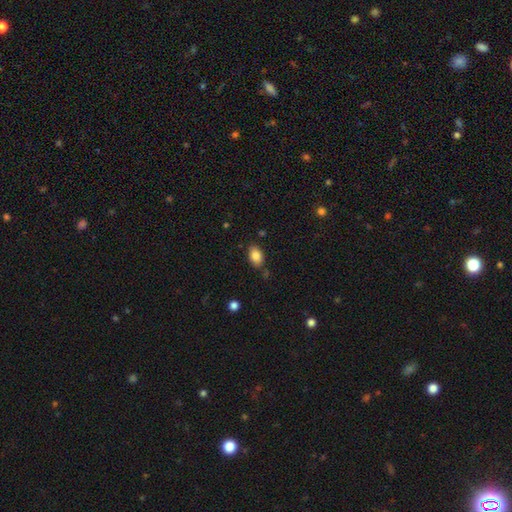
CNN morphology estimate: Smooth or featured? smooth (85%)
How rounded? in between (87%)
Merging? none (80%)